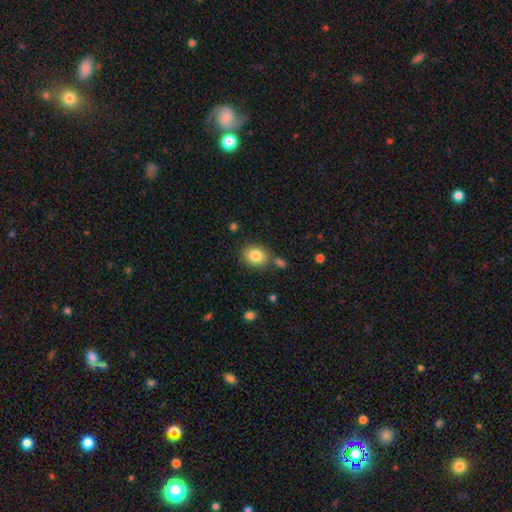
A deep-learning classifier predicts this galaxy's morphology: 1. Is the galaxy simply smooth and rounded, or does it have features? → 83% smooth, 9% star or artifact, 7% featured or disk.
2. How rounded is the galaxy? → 61% round, 38% in between, 1% cigar-shaped.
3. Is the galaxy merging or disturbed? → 75% none, 11% minor disturbance, 10% merger, 3% major disturbance.